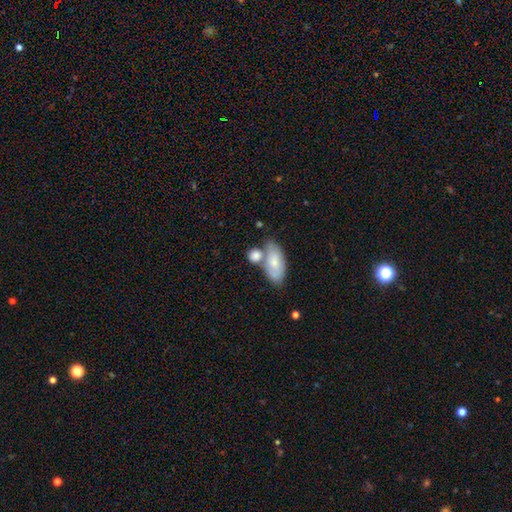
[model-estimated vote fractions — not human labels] The model was most divided on "merging": none: 41%, merger: 40%, minor disturbance: 14%, major disturbance: 5%. More confident: smooth or featured — smooth (78%); how rounded — in between (59%).